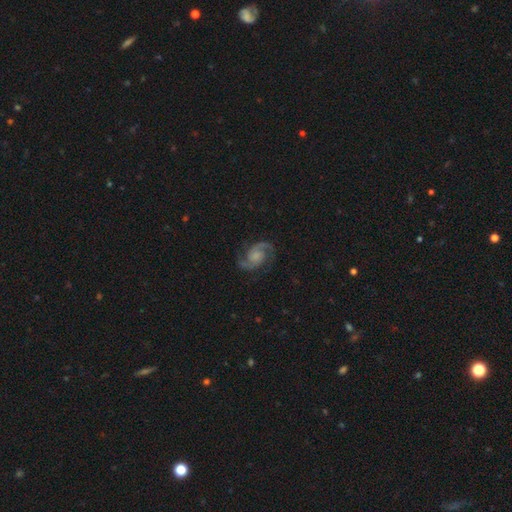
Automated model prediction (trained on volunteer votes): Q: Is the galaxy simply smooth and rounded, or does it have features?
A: featured or disk — 90%.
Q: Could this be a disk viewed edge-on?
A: no — 98%.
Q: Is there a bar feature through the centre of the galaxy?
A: no — 65%.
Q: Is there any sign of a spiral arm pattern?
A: yes — 98%.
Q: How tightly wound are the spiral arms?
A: medium — 58%.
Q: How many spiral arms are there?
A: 2 — 94%.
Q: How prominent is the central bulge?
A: none — 37%.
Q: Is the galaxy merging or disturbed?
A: none — 82%.